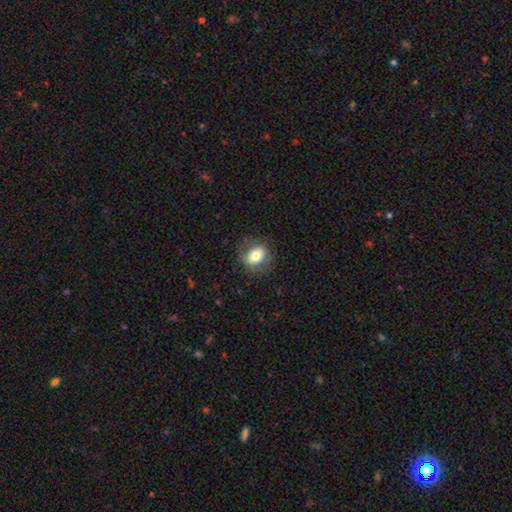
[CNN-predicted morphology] smooth 74%, featured or disk 18%, star or artifact 9%. Down the decision tree: how rounded — in between (62%); merging — none (81%).